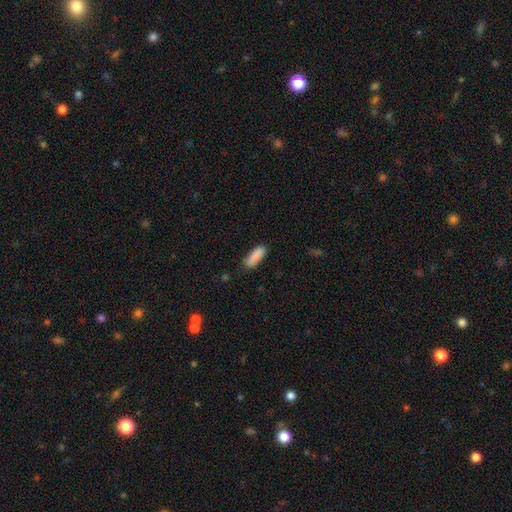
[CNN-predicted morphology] A smooth galaxy with no disk features (88%) that is in between round and cigar-shaped (61%).

Vote fractions:
- Smooth or featured? smooth: 88% / star or artifact: 7% / featured or disk: 5%
- How rounded? in between: 61% / cigar-shaped: 38% / round: 2%
- Merging? none: 77% / minor disturbance: 17% / major disturbance: 3% / merger: 2%